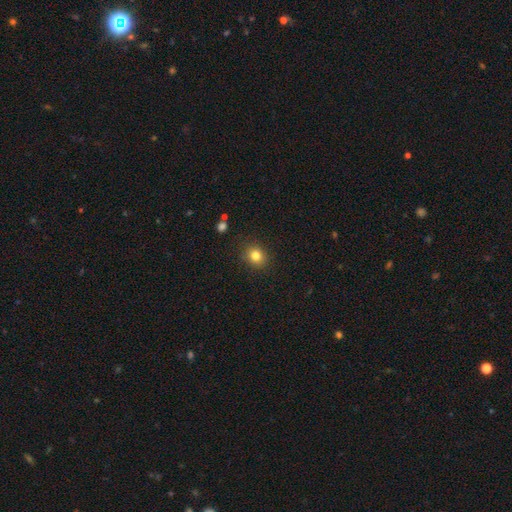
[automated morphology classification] The model was most divided on "how rounded": round: 74%, in between: 25%, cigar-shaped: 1%. More confident: merging — none (88%); smooth or featured — smooth (82%).